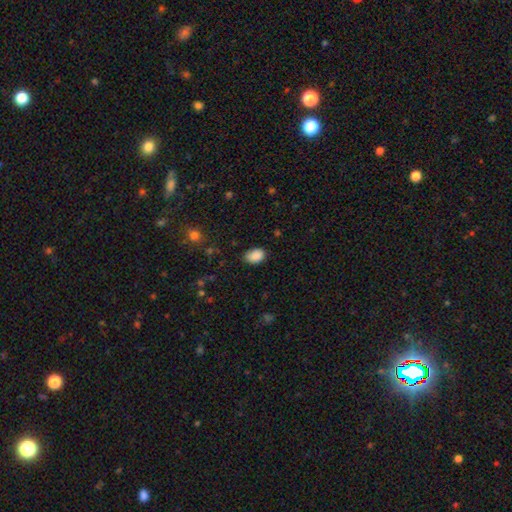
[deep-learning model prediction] A smooth galaxy with no disk features (89%) that is in between round and cigar-shaped (81%).

Vote fractions:
- Smooth or featured? smooth: 89% / star or artifact: 8% / featured or disk: 4%
- How rounded? in between: 81% / round: 18% / cigar-shaped: 1%
- Merging? none: 77% / minor disturbance: 19% / major disturbance: 4% / merger: 1%